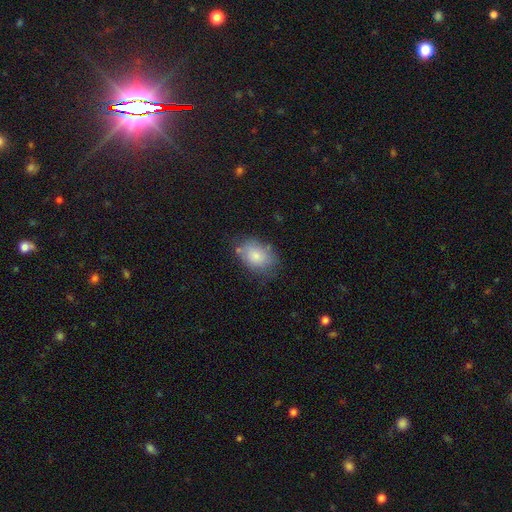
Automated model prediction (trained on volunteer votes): A smooth galaxy with no disk features (79%) that is in between round and cigar-shaped (81%).

Vote fractions:
- Smooth or featured? smooth: 79% / featured or disk: 13% / star or artifact: 8%
- How rounded? in between: 81% / round: 18% / cigar-shaped: 1%
- Merging? none: 66% / minor disturbance: 23% / major disturbance: 6% / merger: 4%